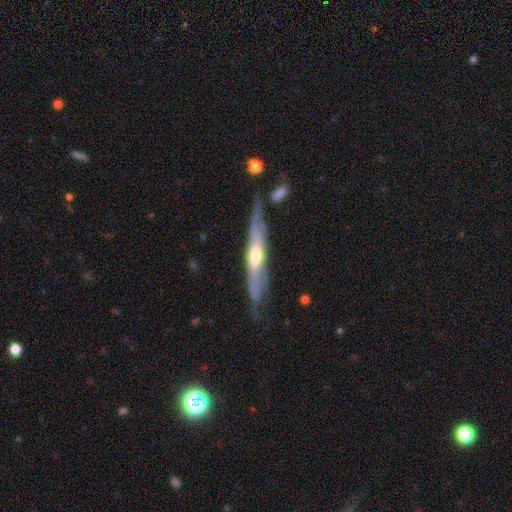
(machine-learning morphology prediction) This appears to be a featured or disk galaxy (72%) viewed edge-on (76%) with a rounded central bulge (77%). Merging: none (60%).